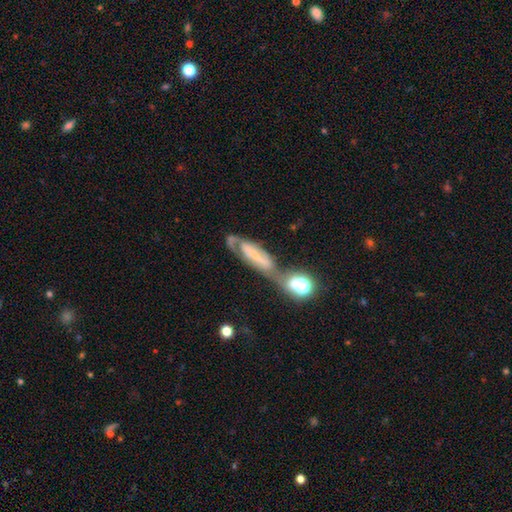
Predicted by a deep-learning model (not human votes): Smooth or featured: featured or disk — 67% (smooth — 21%)
Edge-on disk: no — 80% (yes — 20%)
Bar: strong — 38% (no — 32%)
Spiral arms: yes — 79% (no — 21%)
Bulge size: small — 58% (none — 18%)
Merging: merger — 37% (none — 32%)